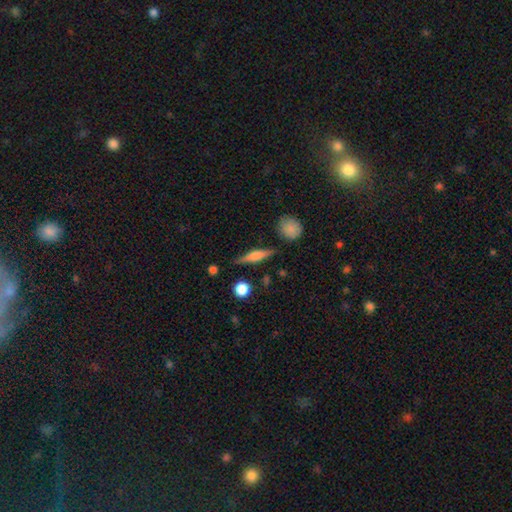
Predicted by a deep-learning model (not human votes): featured or disk 54%, smooth 38%, star or artifact 8%. Down the decision tree: edge-on disk — yes (95%); edge-on bulge — rounded (77%); merging — none (83%).